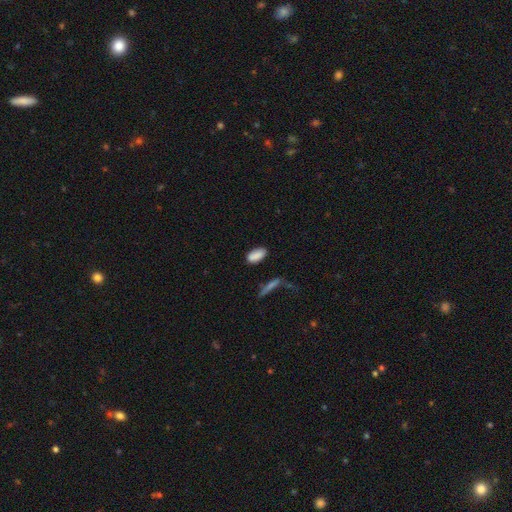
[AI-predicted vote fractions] Smooth or featured?
  - smooth: 86% *
  - star or artifact: 8%
  - featured or disk: 6%
How rounded?
  - in between: 89% *
  - cigar-shaped: 8%
  - round: 3%
Merging?
  - none: 79% *
  - minor disturbance: 14%
  - merger: 4%
  - major disturbance: 3%